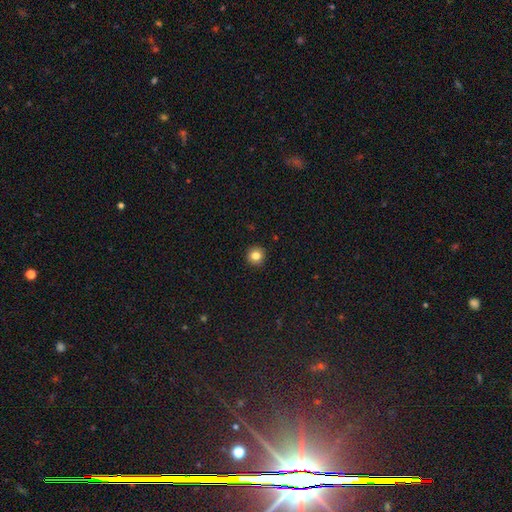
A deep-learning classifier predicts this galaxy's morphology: Smooth or featured? smooth (83%)
How rounded? round (95%)
Merging? none (93%)